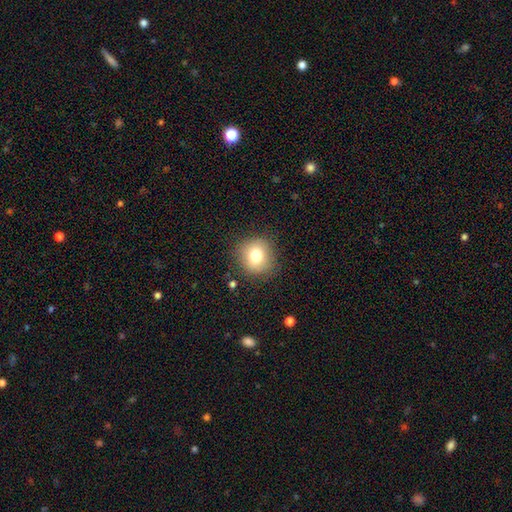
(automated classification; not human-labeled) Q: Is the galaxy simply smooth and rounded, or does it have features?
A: smooth — 75%.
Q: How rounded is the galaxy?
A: round — 86%.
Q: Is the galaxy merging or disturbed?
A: none — 84%.